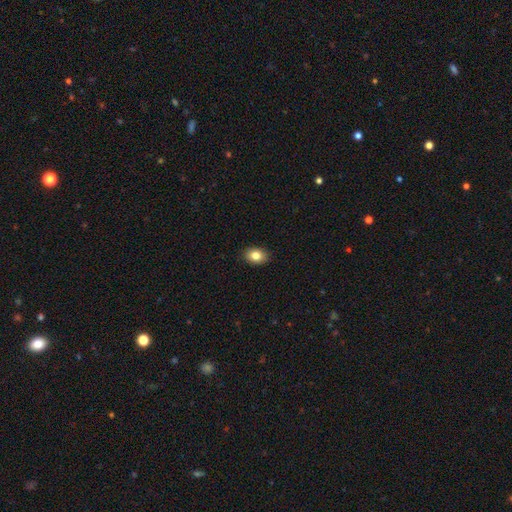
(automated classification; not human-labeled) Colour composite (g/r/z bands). It shows a smooth galaxy with no disk features (83%) that is in between round and cigar-shaped (72%). Merging: none (89%).